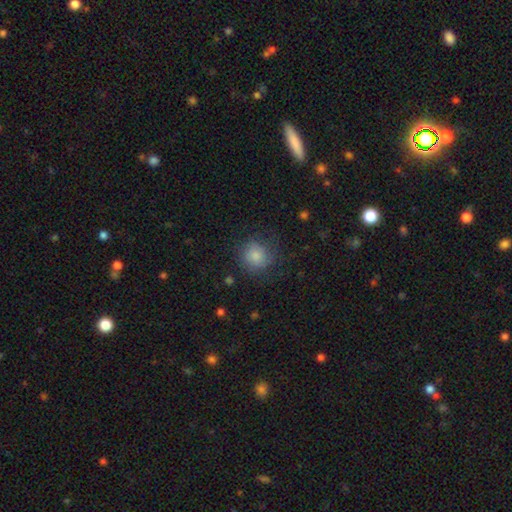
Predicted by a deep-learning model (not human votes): A smooth galaxy with no disk features (80%) that is round (89%).

Vote fractions:
- Smooth or featured? smooth: 80% / featured or disk: 11% / star or artifact: 9%
- How rounded? round: 89% / in between: 10% / cigar-shaped: 1%
- Merging? none: 71% / minor disturbance: 18% / major disturbance: 10% / merger: 1%